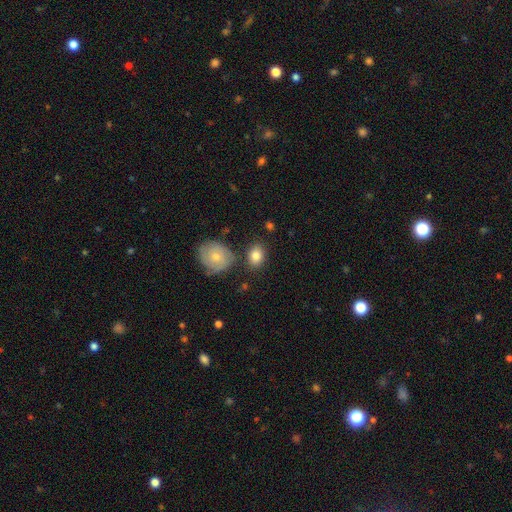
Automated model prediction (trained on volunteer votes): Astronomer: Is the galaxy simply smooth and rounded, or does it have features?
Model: smooth — 82%.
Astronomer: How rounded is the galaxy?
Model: in between — 66%.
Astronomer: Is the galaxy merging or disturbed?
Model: none — 75%.